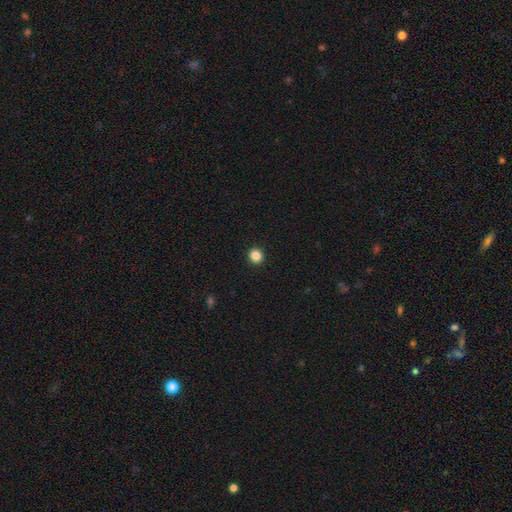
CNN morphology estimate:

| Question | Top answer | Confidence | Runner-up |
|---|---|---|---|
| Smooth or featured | smooth | 85% | star or artifact (11%) |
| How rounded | round | 93% | in between (6%) |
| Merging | none | 94% | minor disturbance (4%) |